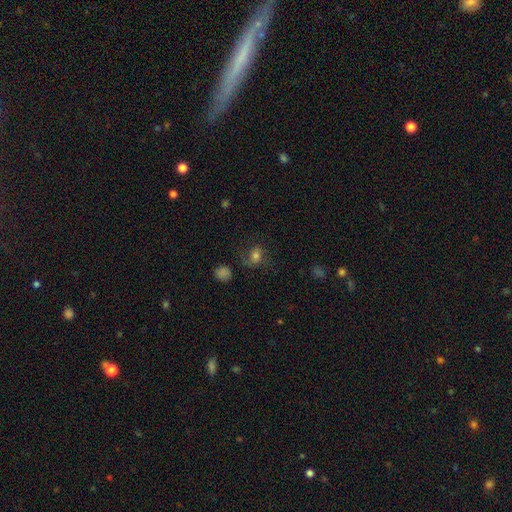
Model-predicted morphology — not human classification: This appears to be a smooth galaxy with no disk features (52%) that is round (56%). Merging: none (55%).